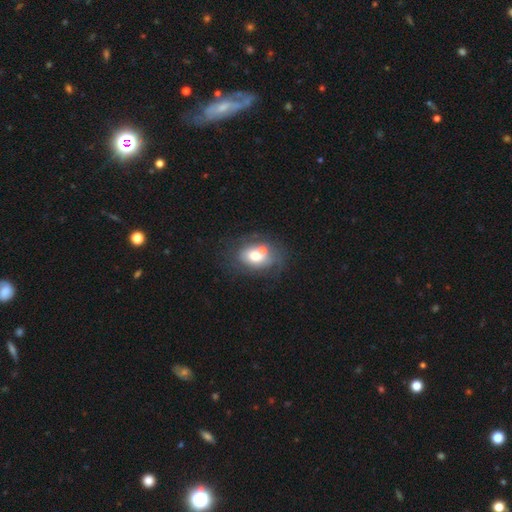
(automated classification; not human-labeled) smooth-or-featured: smooth: 52% | featured or disk: 38% | star or artifact: 9%
  how-rounded: in between: 67% | round: 31% | cigar-shaped: 1%
  merging: none: 43% | merger: 28% | minor disturbance: 18% | major disturbance: 11%